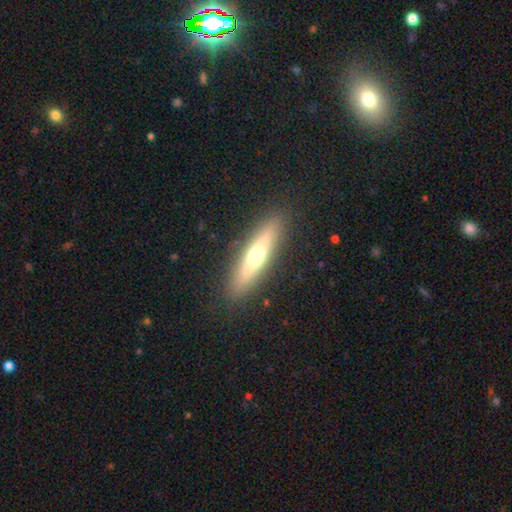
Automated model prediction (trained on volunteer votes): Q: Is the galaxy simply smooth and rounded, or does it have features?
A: smooth — 48%.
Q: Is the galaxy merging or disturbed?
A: none — 90%.